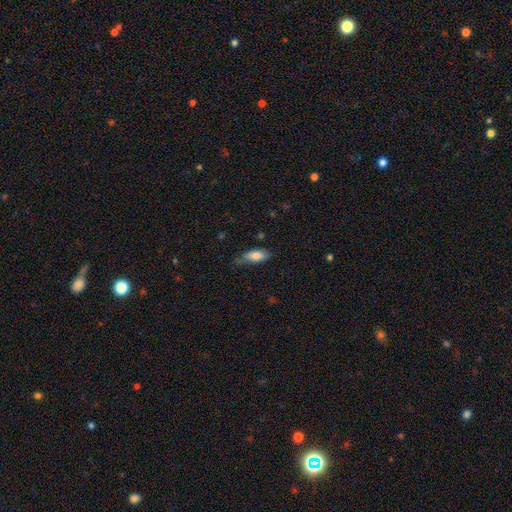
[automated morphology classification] Smooth or featured? smooth (82%)
How rounded? in between (79%)
Merging? none (59%)